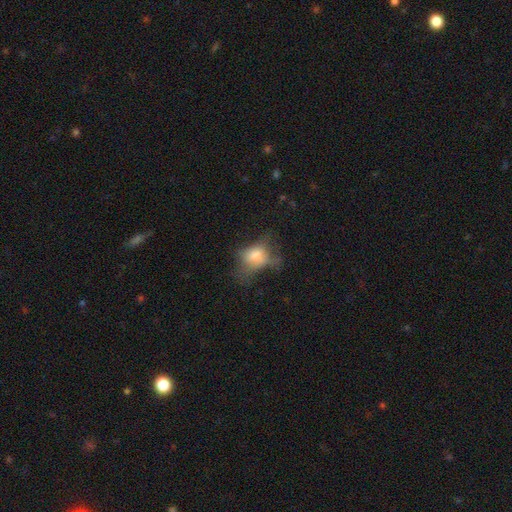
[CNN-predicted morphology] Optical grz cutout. It shows a smooth galaxy with no disk features (63%) that is in between round and cigar-shaped (66%). Merging: major disturbance (40%).